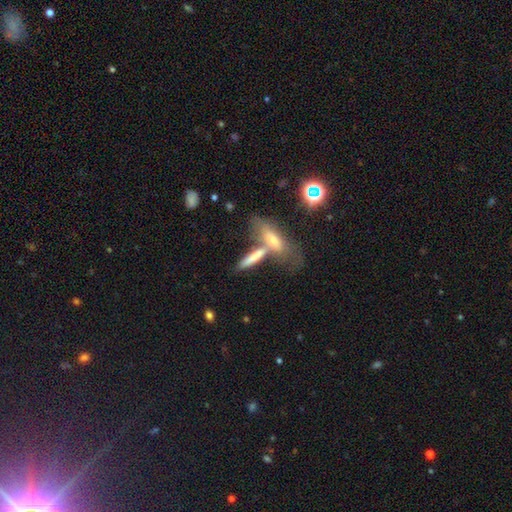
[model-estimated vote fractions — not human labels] This is possibly a smooth galaxy (54%). How rounded: likely cigar-shaped (66%). Merging: marginally merger (43%).